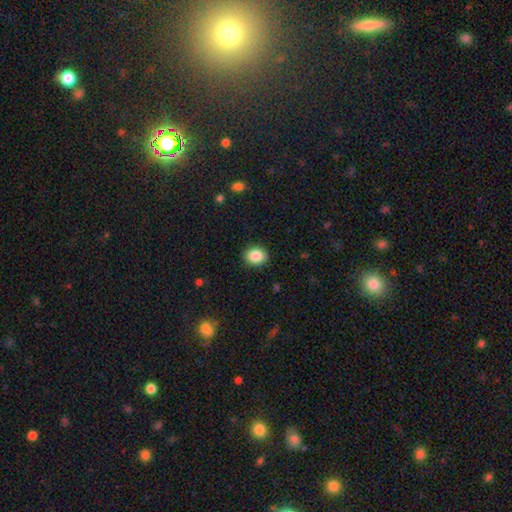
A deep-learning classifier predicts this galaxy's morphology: Smooth or featured: smooth — 87% (star or artifact — 9%)
How rounded: round — 59% (in between — 40%)
Merging: none — 90% (minor disturbance — 7%)